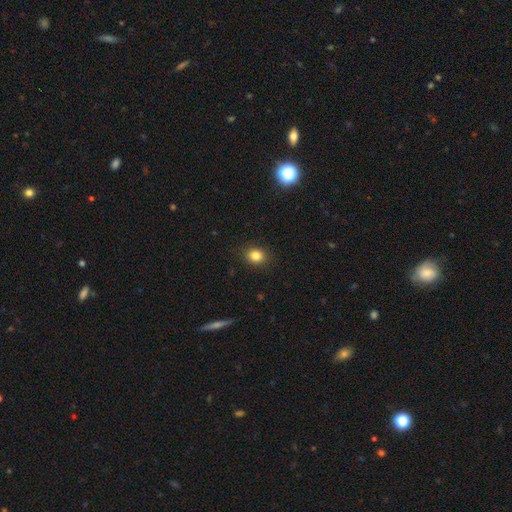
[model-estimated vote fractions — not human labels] Overall: smooth (83%). How rounded: round (60%; in between 39%). Merging: none (89%).